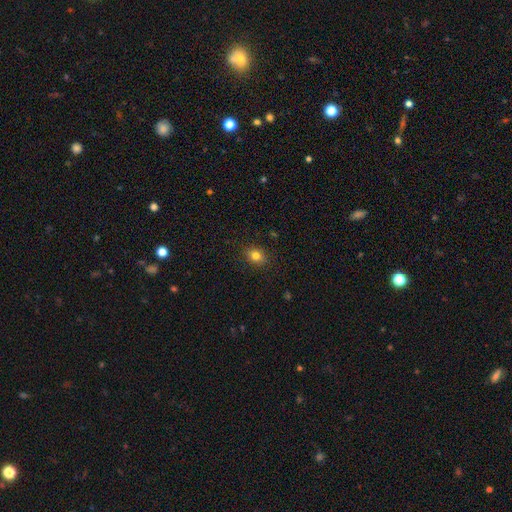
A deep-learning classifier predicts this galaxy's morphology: Smooth or featured?
  - smooth: 81% *
  - star or artifact: 12%
  - featured or disk: 7%
How rounded?
  - round: 54% *
  - in between: 45%
  - cigar-shaped: 1%
Merging?
  - none: 88% *
  - minor disturbance: 9%
  - major disturbance: 2%
  - merger: 1%